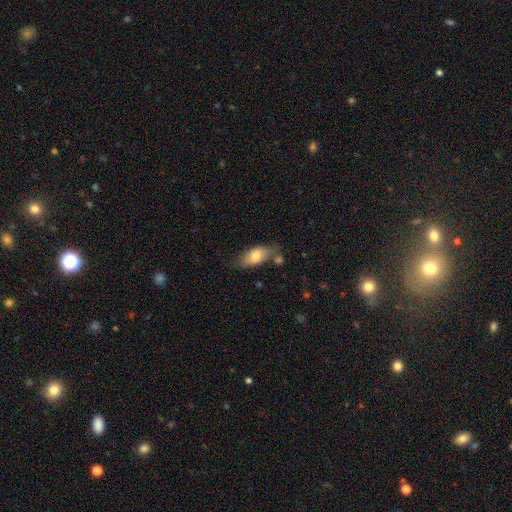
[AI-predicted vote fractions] A smooth galaxy with no disk features (74%) that is in between round and cigar-shaped (87%).

Vote fractions:
- Smooth or featured? smooth: 74% / featured or disk: 19% / star or artifact: 7%
- How rounded? in between: 87% / cigar-shaped: 8% / round: 5%
- Merging? none: 56% / minor disturbance: 24% / merger: 12% / major disturbance: 8%